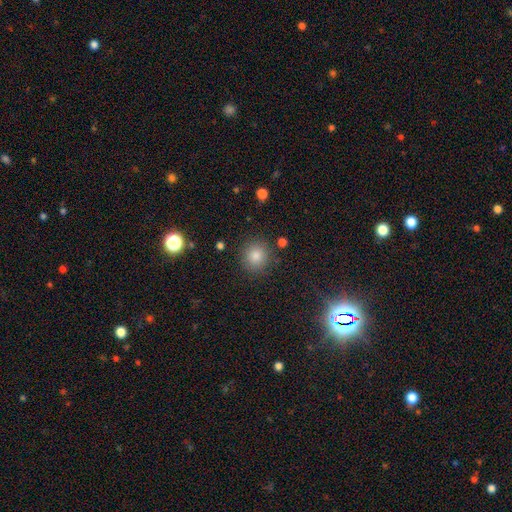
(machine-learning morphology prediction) smooth_or_featured: smooth (p=0.78) [alt: star or artifact p=0.16]
how_rounded: round (p=0.90) [alt: in between p=0.09]
merging: none (p=0.88) [alt: minor disturbance p=0.07]